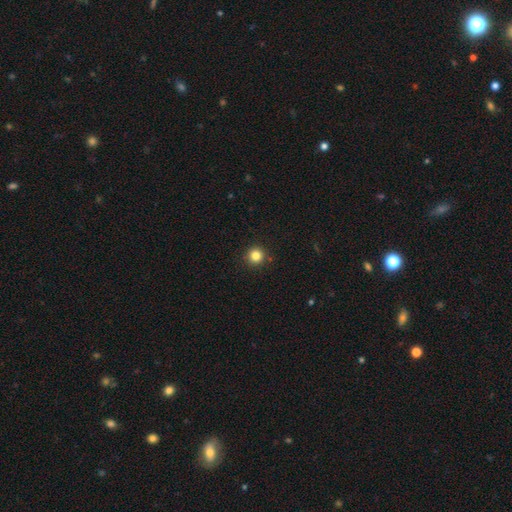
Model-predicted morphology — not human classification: Smooth or featured? Predicted: smooth (p=0.83). How rounded? Predicted: round (p=0.95). Merging? Predicted: none (p=0.92).